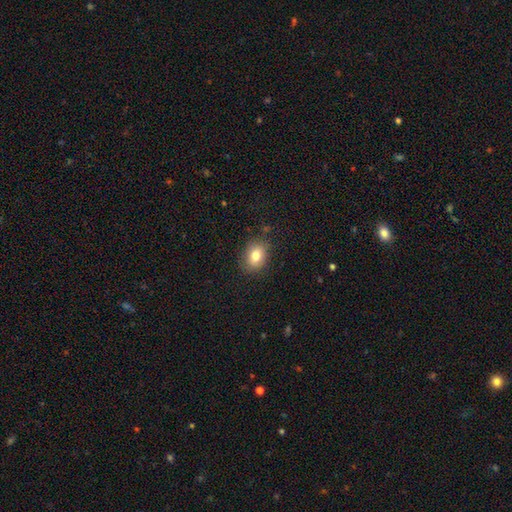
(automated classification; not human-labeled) A smooth galaxy with no disk features (81%) that is in between round and cigar-shaped (64%).

Vote fractions:
- Smooth or featured? smooth: 81% / featured or disk: 10% / star or artifact: 9%
- How rounded? in between: 64% / round: 35% / cigar-shaped: 1%
- Merging? none: 82% / minor disturbance: 14% / major disturbance: 3% / merger: 1%